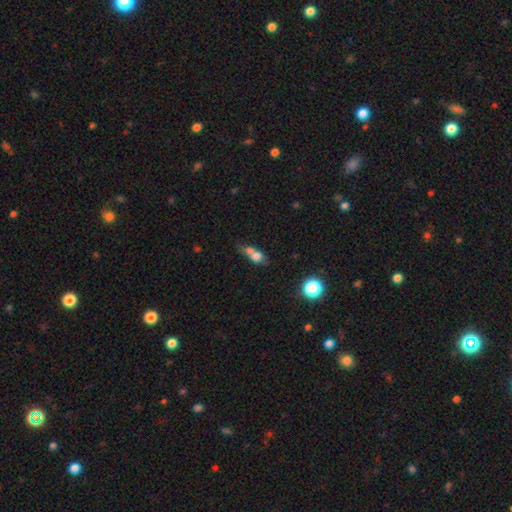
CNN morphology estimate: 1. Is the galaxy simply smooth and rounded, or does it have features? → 65% smooth, 22% featured or disk, 13% star or artifact.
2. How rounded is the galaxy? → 46% in between, 43% round, 11% cigar-shaped.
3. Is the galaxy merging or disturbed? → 57% merger, 24% none, 11% minor disturbance, 8% major disturbance.